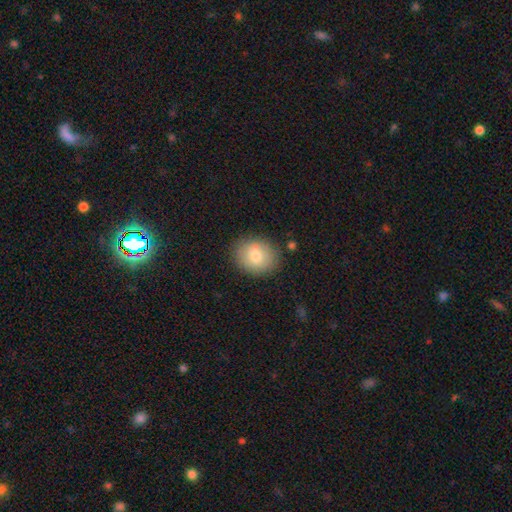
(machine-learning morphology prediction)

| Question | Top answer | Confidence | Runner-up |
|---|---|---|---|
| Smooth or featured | smooth | 76% | featured or disk (15%) |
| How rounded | round | 66% | in between (34%) |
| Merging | none | 84% | minor disturbance (11%) |